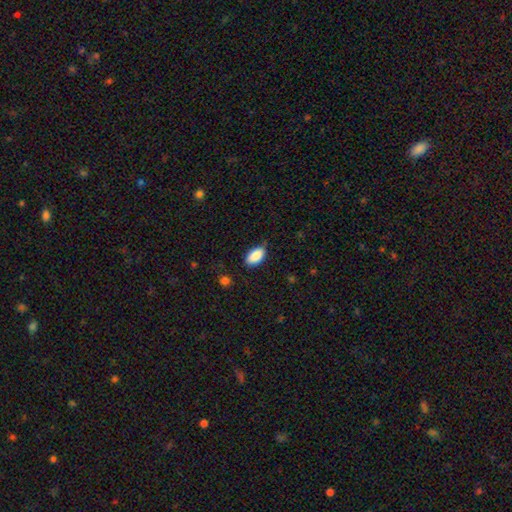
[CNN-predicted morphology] smooth 88%, star or artifact 7%, featured or disk 5%. Down the decision tree: how rounded — in between (94%); merging — none (78%).